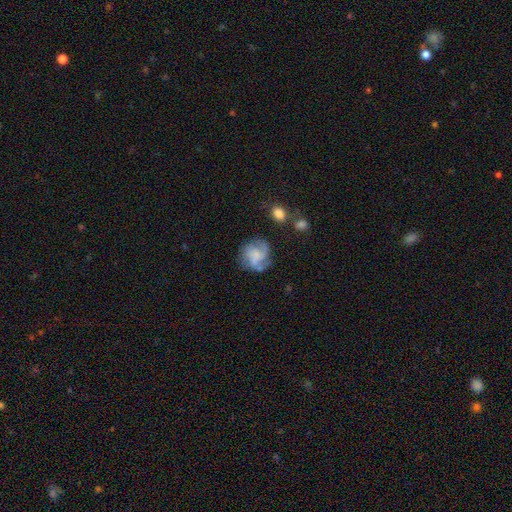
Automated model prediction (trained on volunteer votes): smooth_or_featured: featured or disk (p=0.61) [alt: smooth p=0.31]
disk_edge_on: no (p=0.98) [alt: yes p=0.02]
bar: no (p=0.70) [alt: weak p=0.25]
has_spiral_arms: yes (p=0.85) [alt: no p=0.15]
spiral_winding: medium (p=0.43) [alt: tight p=0.36]
spiral_arm_count: 3 (p=0.41) [alt: can't tell p=0.23]
bulge_size: none (p=0.50) [alt: small p=0.24]
merging: none (p=0.56) [alt: minor disturbance p=0.23]